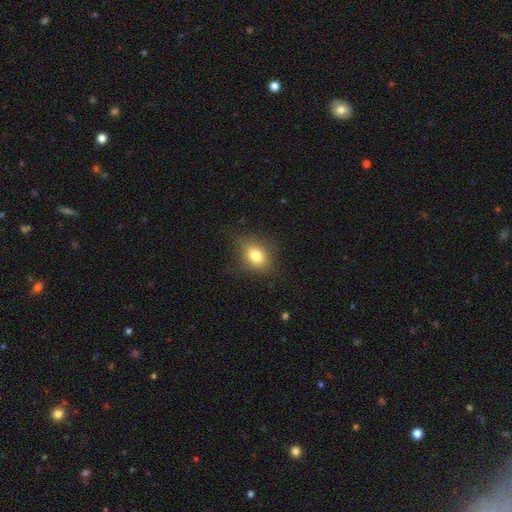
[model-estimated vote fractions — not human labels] A smooth galaxy with no disk features (78%) that is in between round and cigar-shaped (64%). Merging: none (76%).